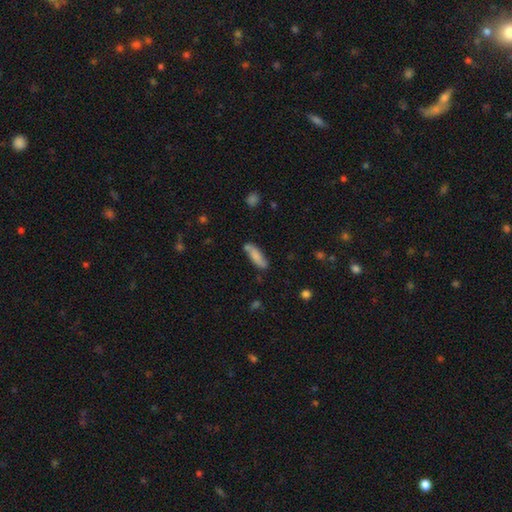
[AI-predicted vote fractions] smooth_or_featured: smooth (p=0.77) [alt: featured or disk p=0.17]
how_rounded: cigar-shaped (p=0.52) [alt: in between p=0.46]
merging: none (p=0.71) [alt: minor disturbance p=0.17]